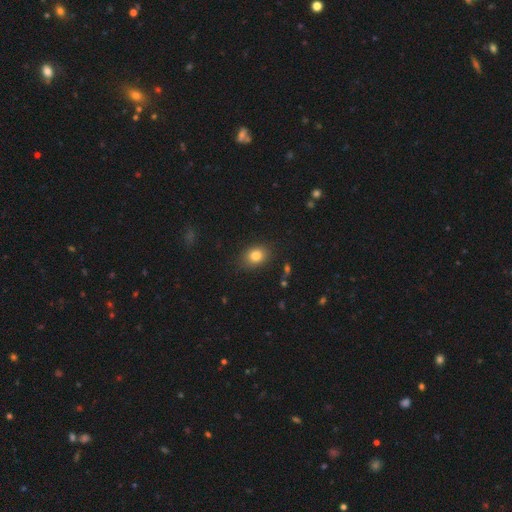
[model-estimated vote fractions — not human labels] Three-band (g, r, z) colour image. It shows a smooth galaxy with no disk features (82%) that is in between round and cigar-shaped (55%). Merging: none (84%).